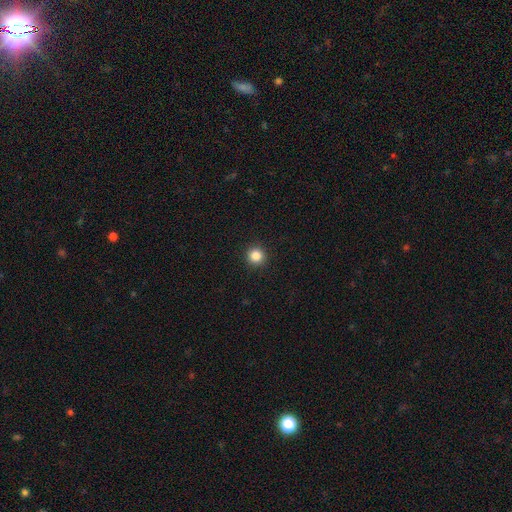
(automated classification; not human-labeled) A smooth galaxy with no disk features (85%) that is round (95%). Merging: none (93%).